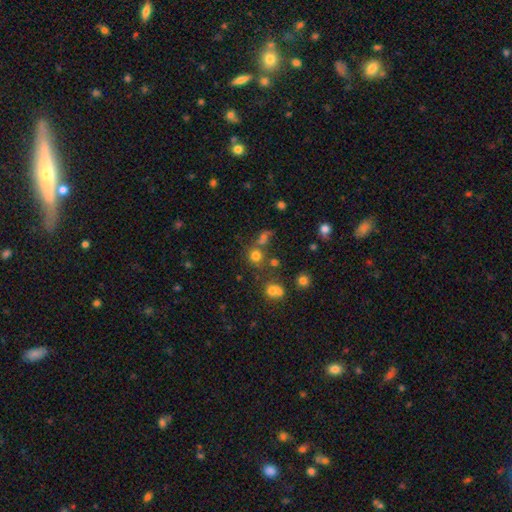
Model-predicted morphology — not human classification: This appears to be a smooth galaxy with no disk features (70%) that is round (87%). Merging: none (65%).